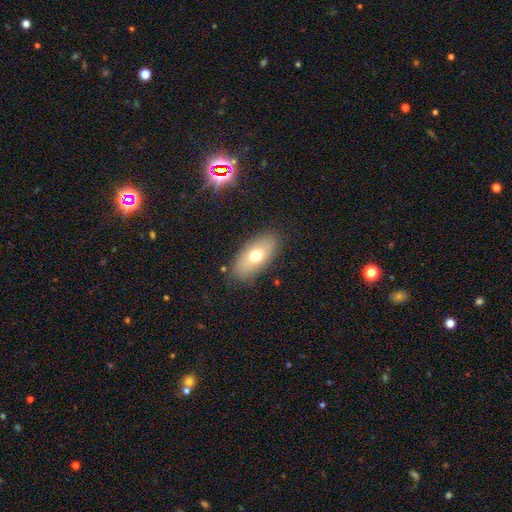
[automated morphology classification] smooth 68%, featured or disk 24%, star or artifact 8%. Down the decision tree: how rounded — in between (88%); merging — none (83%).